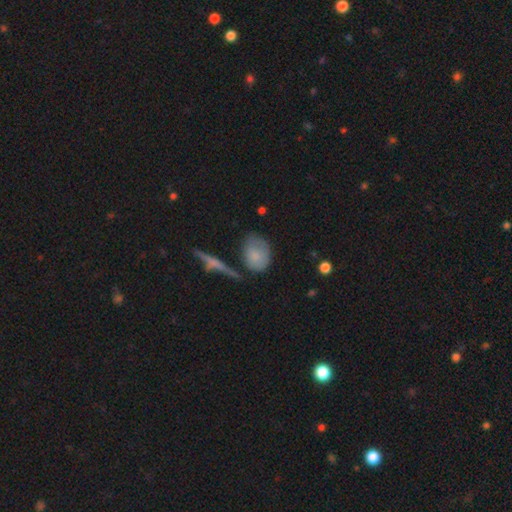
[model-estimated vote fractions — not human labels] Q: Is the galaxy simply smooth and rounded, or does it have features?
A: smooth — 74%.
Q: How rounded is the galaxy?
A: in between — 62%.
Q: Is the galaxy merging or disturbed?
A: none — 52%.